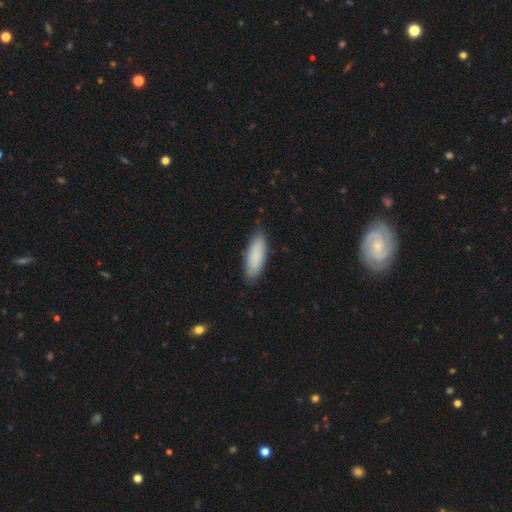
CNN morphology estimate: Overall: smooth (87%). How rounded: in between (55%; cigar-shaped 43%). Merging: none (85%).